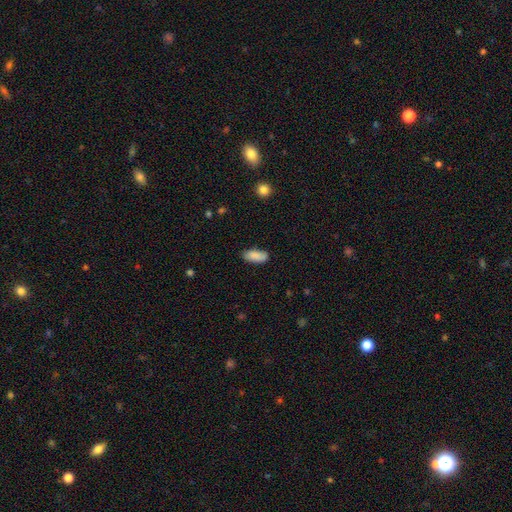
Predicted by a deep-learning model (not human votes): smooth-or-featured: smooth: 85% | featured or disk: 8% | star or artifact: 7%
  how-rounded: in between: 87% | cigar-shaped: 11% | round: 2%
  merging: none: 77% | minor disturbance: 17% | major disturbance: 3% | merger: 2%